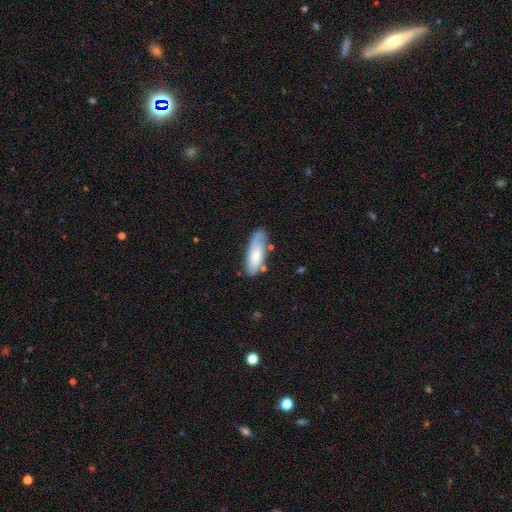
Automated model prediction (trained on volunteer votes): A smooth galaxy with no disk features (62%) that is in between round and cigar-shaped (69%). Merging: none (64%).